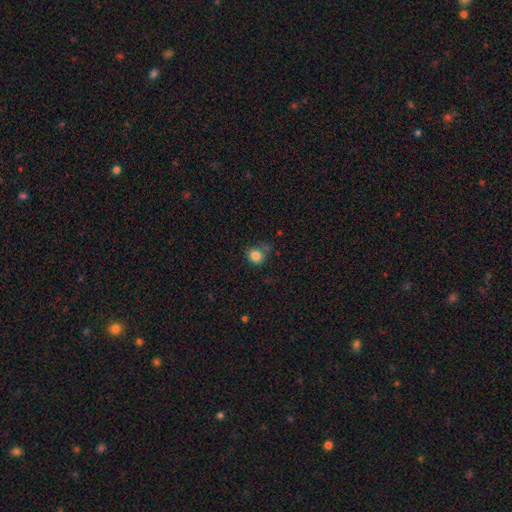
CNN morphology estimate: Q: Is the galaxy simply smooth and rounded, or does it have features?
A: smooth — 84%.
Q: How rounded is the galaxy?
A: round — 83%.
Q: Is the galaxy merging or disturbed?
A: none — 70%.